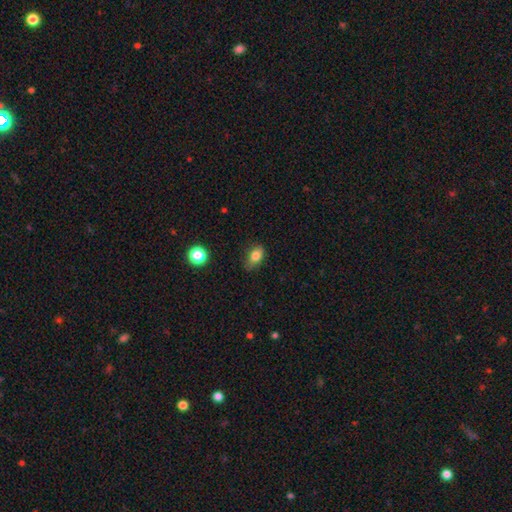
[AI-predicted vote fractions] smooth 82%, star or artifact 11%, featured or disk 8%. Down the decision tree: how rounded — in between (80%); merging — none (68%).